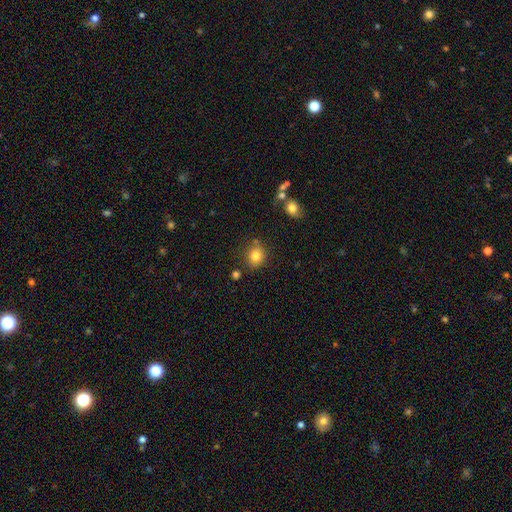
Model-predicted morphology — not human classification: Smooth or featured: smooth — 81% (star or artifact — 11%)
How rounded: round — 67% (in between — 32%)
Merging: none — 78% (minor disturbance — 13%)